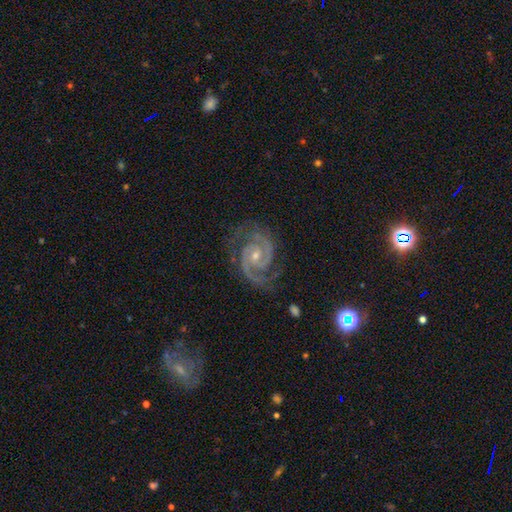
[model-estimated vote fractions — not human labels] The model was most divided on "spiral winding": tight: 53%, medium: 42%, loose: 5%. More confident: spiral arms — yes (99%); edge-on disk — no (98%); smooth or featured — featured or disk (93%); spiral arm count — 2 (88%); merging — none (77%); bar — no (59%); bulge size — small (57%).